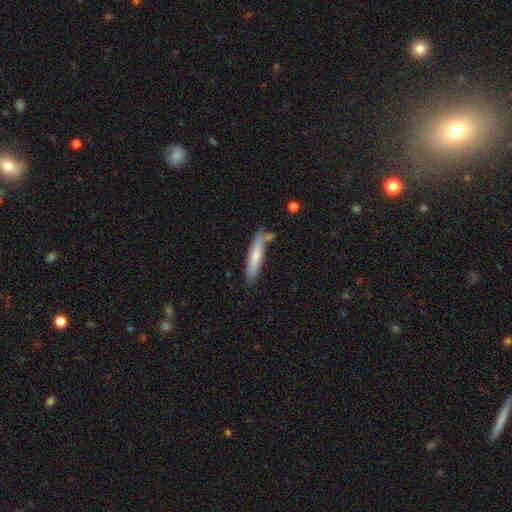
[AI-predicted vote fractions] This appears to be a smooth galaxy with no disk features (71%) that is cigar-shaped (79%). Merging: none (56%).